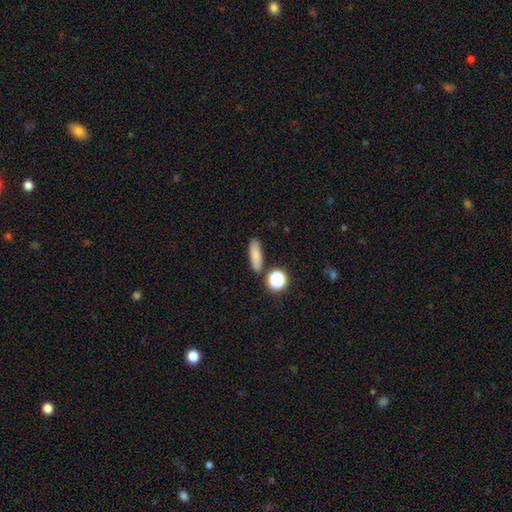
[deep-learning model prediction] A smooth galaxy with no disk features (79%) that is in between round and cigar-shaped (47%). Merging: none (81%).